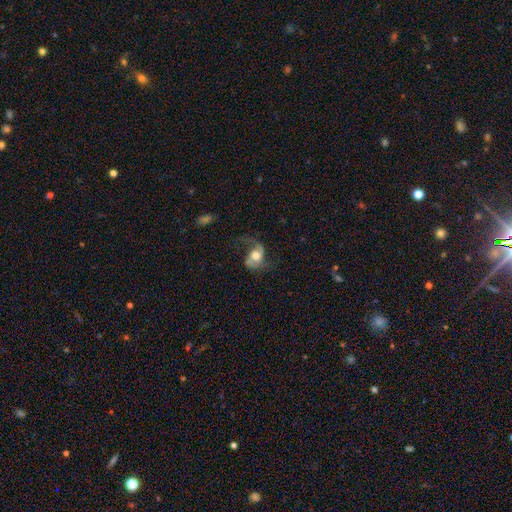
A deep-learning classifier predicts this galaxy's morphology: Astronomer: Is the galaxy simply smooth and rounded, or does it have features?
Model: featured or disk — 70%.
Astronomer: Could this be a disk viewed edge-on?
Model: no — 97%.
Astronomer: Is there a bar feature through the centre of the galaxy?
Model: no — 60%.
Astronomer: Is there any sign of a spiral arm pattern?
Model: yes — 89%.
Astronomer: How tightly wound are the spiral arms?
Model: loose — 61%.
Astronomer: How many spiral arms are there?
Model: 2 — 77%.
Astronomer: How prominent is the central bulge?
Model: moderate — 52% (runner-up: large, 34%).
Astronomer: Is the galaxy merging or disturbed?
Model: none — 47% (runner-up: major disturbance, 32%).